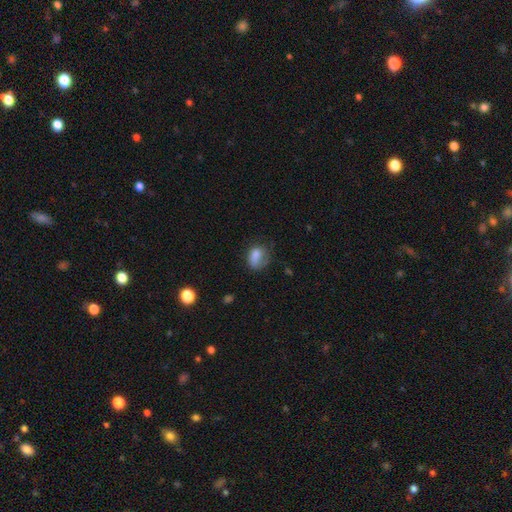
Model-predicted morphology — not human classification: smooth_or_featured: smooth (p=0.77) [alt: featured or disk p=0.13]
how_rounded: in between (p=0.70) [alt: round p=0.28]
merging: none (p=0.43) [alt: minor disturbance p=0.30]